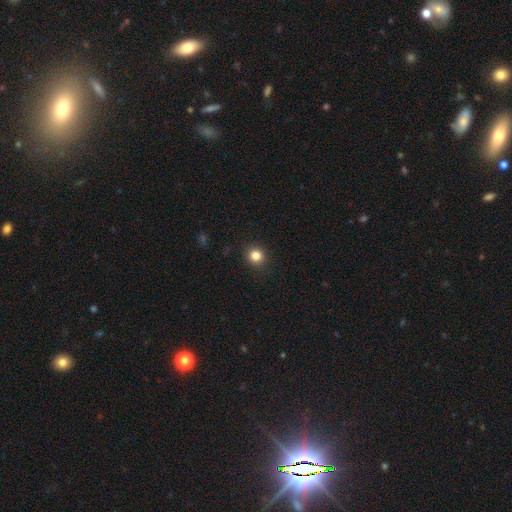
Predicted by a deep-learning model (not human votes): Q: Smooth or featured?
A: smooth (83%); runner-up: star or artifact (12%)
Q: How rounded?
A: round (89%); runner-up: in between (10%)
Q: Merging?
A: none (91%); runner-up: minor disturbance (6%)